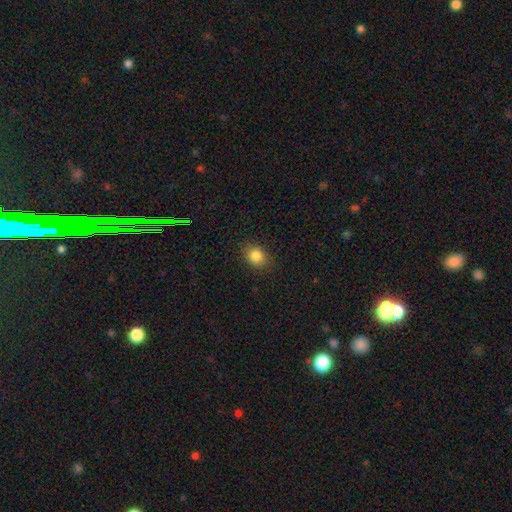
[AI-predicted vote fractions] This is clearly a smooth galaxy (84%). How rounded: possibly round (53%). Merging: clearly none (87%).